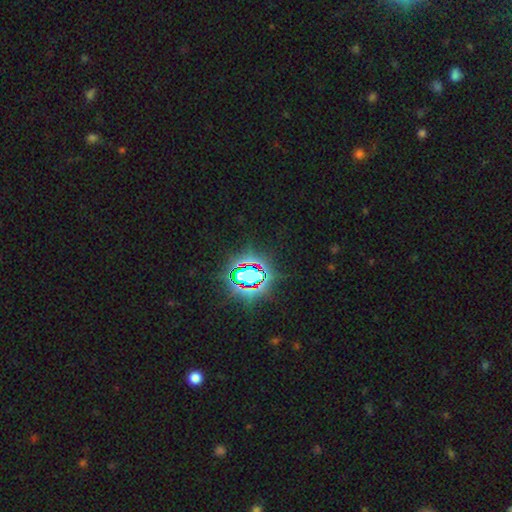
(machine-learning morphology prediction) Smooth or featured: star or artifact — 82% (smooth — 11%)